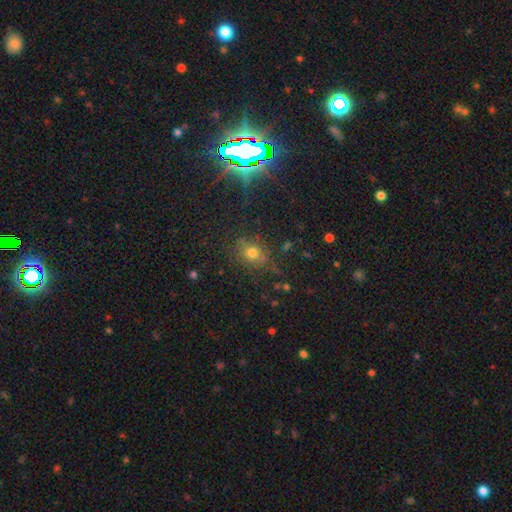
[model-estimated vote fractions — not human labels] Smooth or featured: star or artifact — 48% (smooth — 41%)